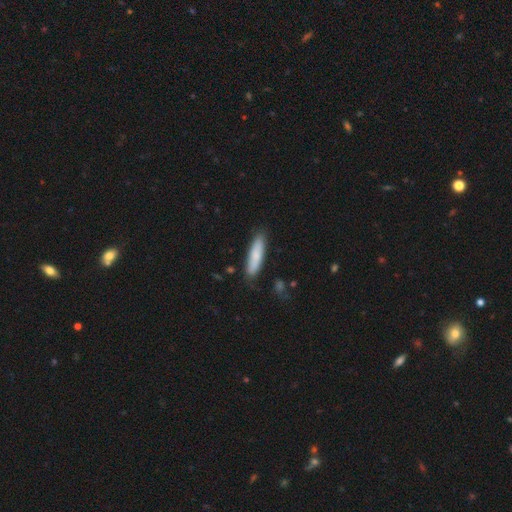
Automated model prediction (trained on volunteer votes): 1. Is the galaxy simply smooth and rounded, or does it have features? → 80% smooth, 14% featured or disk, 6% star or artifact.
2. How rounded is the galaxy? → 76% cigar-shaped, 23% in between, 1% round.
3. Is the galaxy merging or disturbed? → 84% none, 12% minor disturbance, 2% major disturbance, 2% merger.